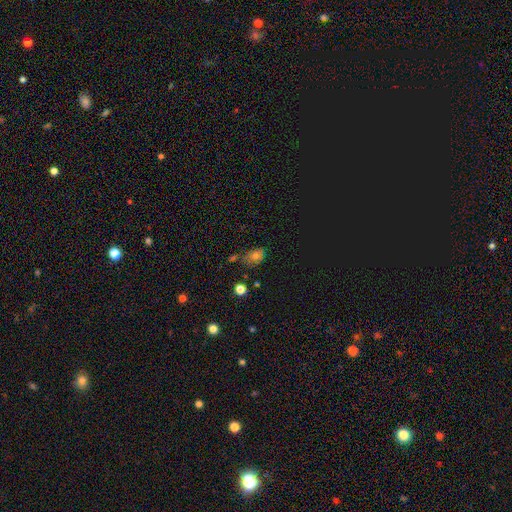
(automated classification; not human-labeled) The model was most divided on "how rounded": in between: 63%, round: 35%, cigar-shaped: 2%. More confident: merging — none (61%); smooth or featured — smooth (59%).